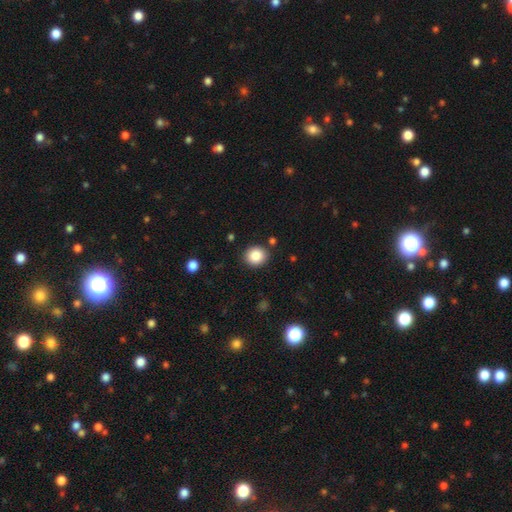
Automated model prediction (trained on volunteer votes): The model was most divided on "how rounded": round: 78%, in between: 21%, cigar-shaped: 1%. More confident: smooth or featured — smooth (87%); merging — none (86%).